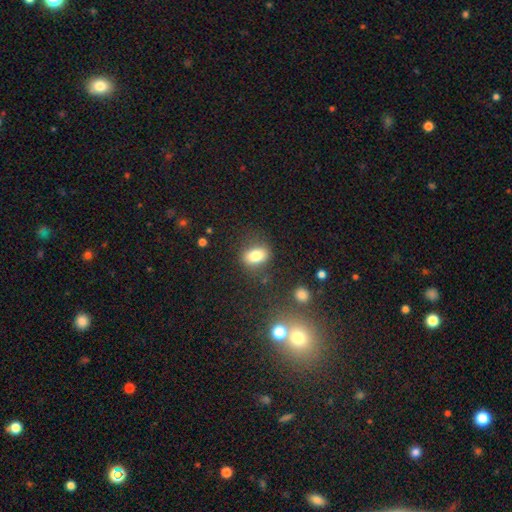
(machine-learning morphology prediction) Smooth or featured? Predicted: smooth (p=0.80). How rounded? Predicted: in between (p=0.75). Merging? Predicted: none (p=0.77).